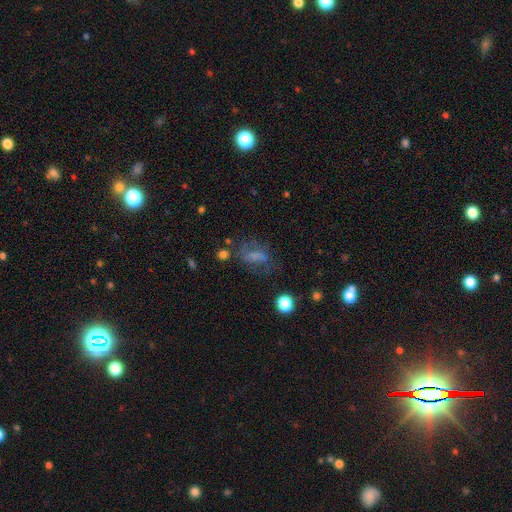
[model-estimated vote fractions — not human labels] smooth 44%, featured or disk 38%, star or artifact 18%. Down the decision tree: merging — none (47%).